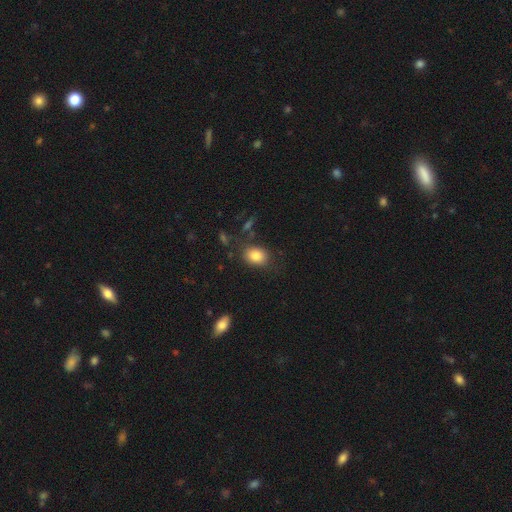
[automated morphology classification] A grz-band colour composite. It shows a smooth galaxy with no disk features (83%) that is in between round and cigar-shaped (65%). Merging: none (76%).